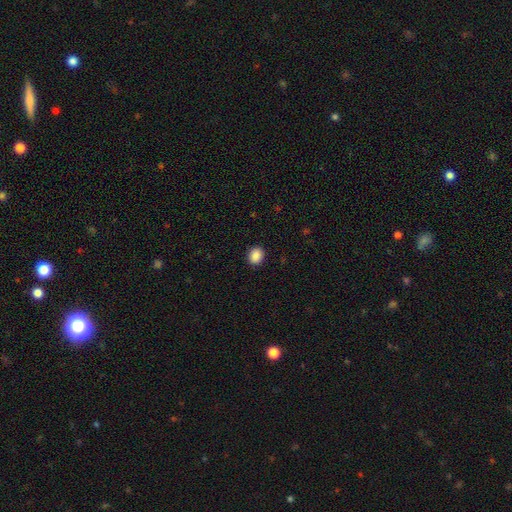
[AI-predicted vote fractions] A smooth galaxy with no disk features (88%) that is round (62%).

Vote fractions:
- Smooth or featured? smooth: 88% / star or artifact: 9% / featured or disk: 3%
- How rounded? round: 62% / in between: 38% / cigar-shaped: 1%
- Merging? none: 91% / minor disturbance: 6% / major disturbance: 2% / merger: 1%